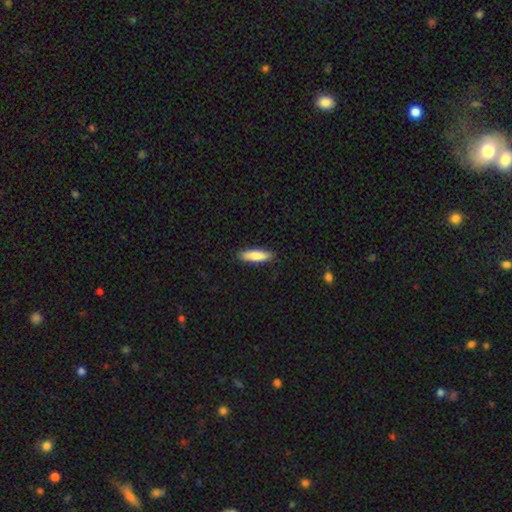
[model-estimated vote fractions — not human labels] smooth-or-featured: smooth: 83% | featured or disk: 12% | star or artifact: 6%
  how-rounded: cigar-shaped: 63% | in between: 36% | round: 2%
  merging: none: 89% | minor disturbance: 8% | major disturbance: 2% | merger: 1%